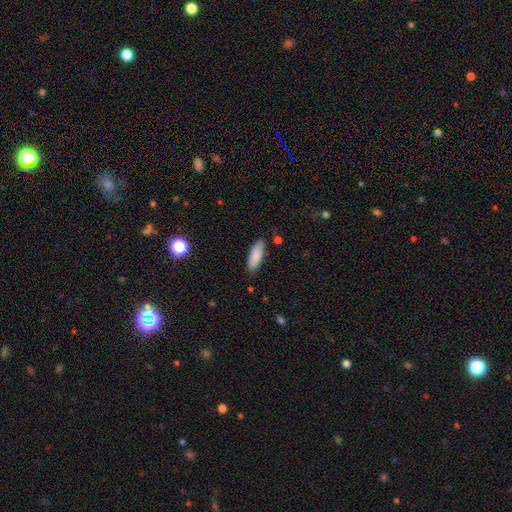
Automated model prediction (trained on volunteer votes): smooth-or-featured: smooth: 86% | featured or disk: 7% | star or artifact: 6%
  how-rounded: in between: 62% | cigar-shaped: 36% | round: 2%
  merging: none: 84% | minor disturbance: 12% | major disturbance: 2% | merger: 2%